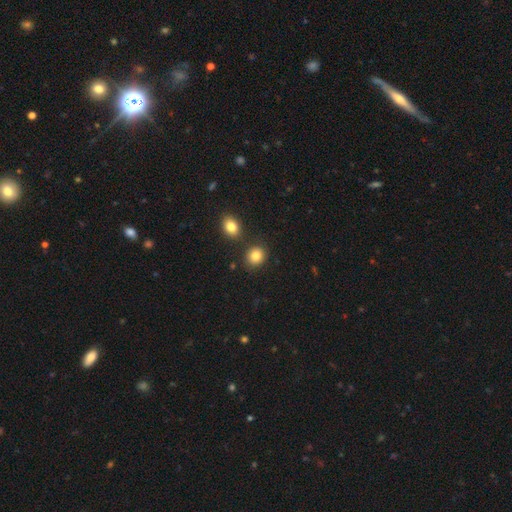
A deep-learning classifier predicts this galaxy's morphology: smooth_or_featured: smooth (p=0.84) [alt: star or artifact p=0.10]
how_rounded: round (p=0.72) [alt: in between p=0.27]
merging: none (p=0.81) [alt: minor disturbance p=0.09]